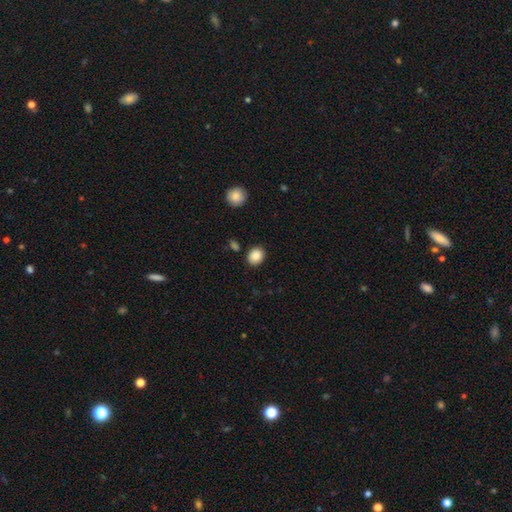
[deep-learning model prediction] Smooth or featured?
  - smooth: 87% *
  - star or artifact: 9%
  - featured or disk: 4%
How rounded?
  - round: 55% *
  - in between: 44%
  - cigar-shaped: 1%
Merging?
  - none: 86% *
  - minor disturbance: 9%
  - merger: 3%
  - major disturbance: 3%